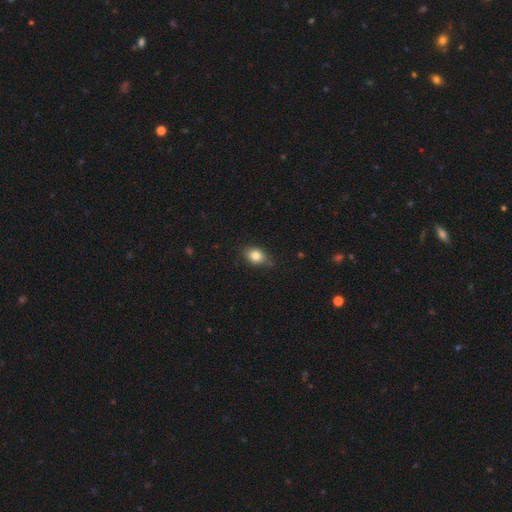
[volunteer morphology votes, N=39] Smooth or featured?
  - smooth: 92% *
  - star or artifact: 8%
  - featured or disk: 0%
How rounded?
  - in between: 78% *
  - round: 22%
  - cigar-shaped: 0%
Merging?
  - none: 61% *
  - minor disturbance: 31%
  - major disturbance: 8%
  - merger: 0%